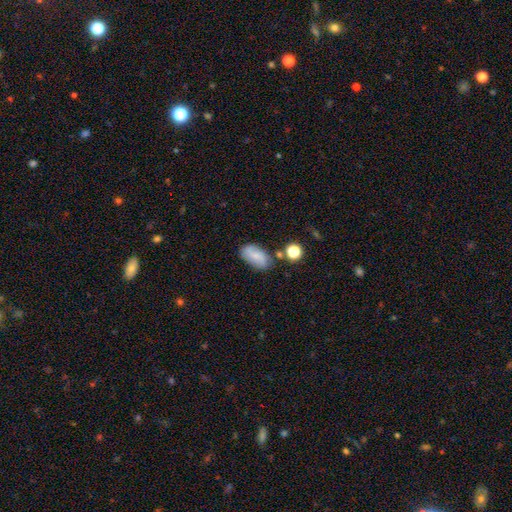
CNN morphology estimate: This appears to be a smooth galaxy with no disk features (58%) that is in between round and cigar-shaped (90%). Merging: none (72%).